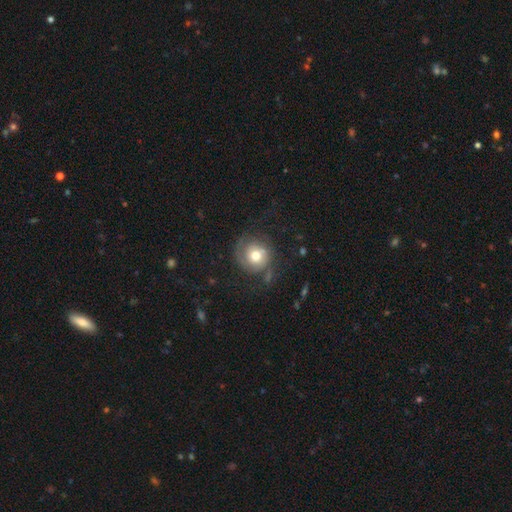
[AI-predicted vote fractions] A smooth galaxy with no disk features (46%). Merging: none (59%).